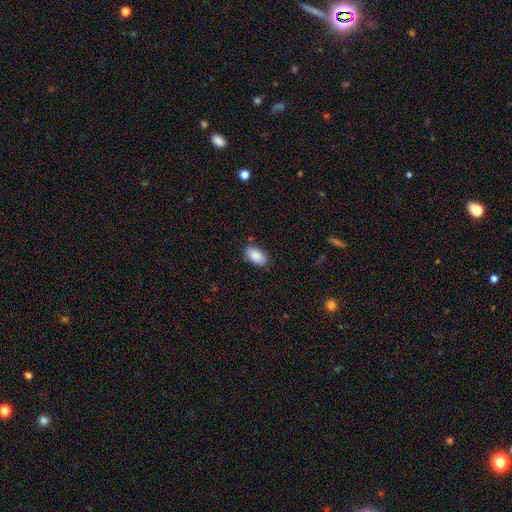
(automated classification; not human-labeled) This appears to be a smooth galaxy with no disk features (88%) that is in between round and cigar-shaped (94%). Merging: none (83%).